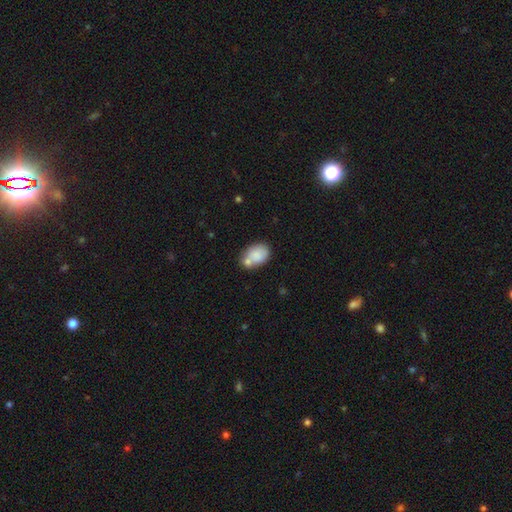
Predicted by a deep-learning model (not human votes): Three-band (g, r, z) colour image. It shows a smooth galaxy with no disk features (80%) that is in between round and cigar-shaped (76%). Merging: none (44%).